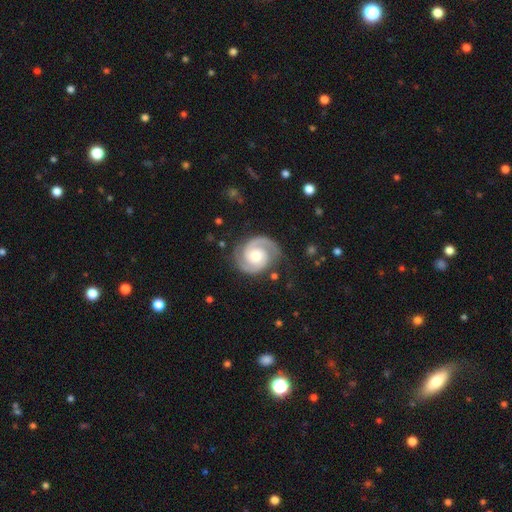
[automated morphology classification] Smooth or featured? featured or disk (91%)
Edge-on disk? no (98%)
Bar? no (64%)
Spiral arms? yes (98%)
Spiral winding? tight (54%)
Spiral arm count? 2 (93%)
Bulge size? moderate (59%)
Merging? none (81%)